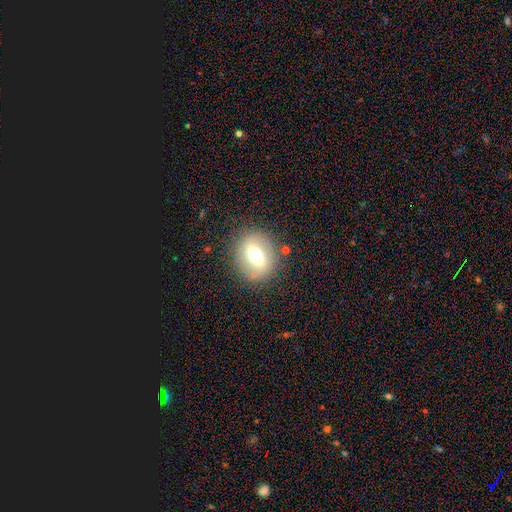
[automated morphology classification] Smooth or featured? Predicted: smooth (p=0.47). Merging? Predicted: none (p=0.83).